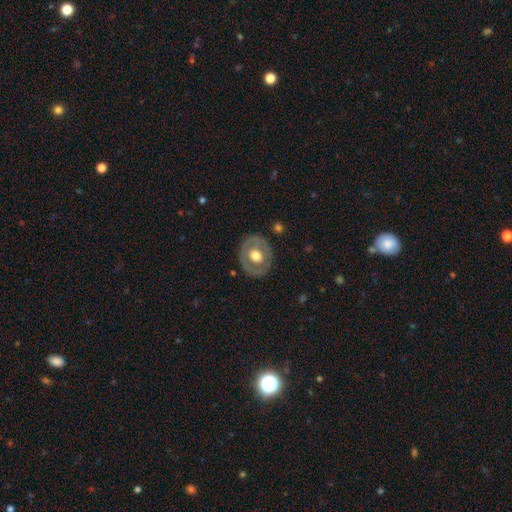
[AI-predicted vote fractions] Smooth or featured: featured or disk — 50% (smooth — 45%)
Merging: none — 84% (minor disturbance — 11%)